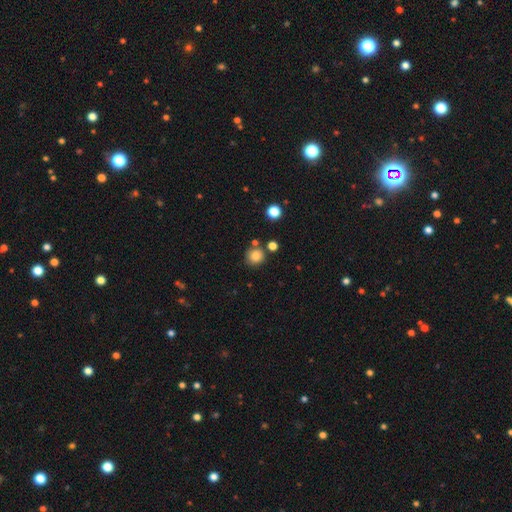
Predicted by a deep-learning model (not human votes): smooth 82%, star or artifact 12%, featured or disk 6%. Down the decision tree: how rounded — round (89%); merging — none (77%).